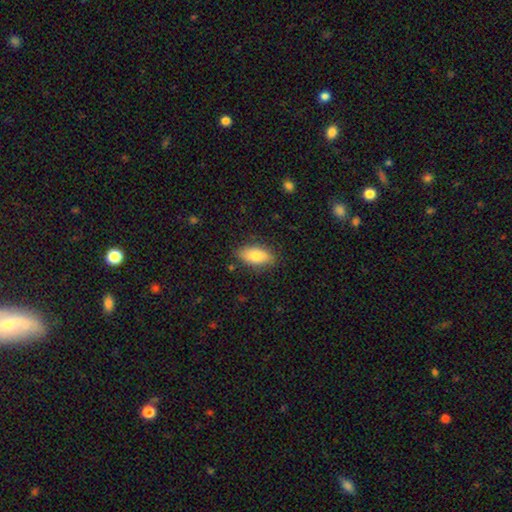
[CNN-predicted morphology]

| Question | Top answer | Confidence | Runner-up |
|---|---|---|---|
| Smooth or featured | smooth | 81% | featured or disk (12%) |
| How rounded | in between | 88% | cigar-shaped (9%) |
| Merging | none | 83% | minor disturbance (13%) |